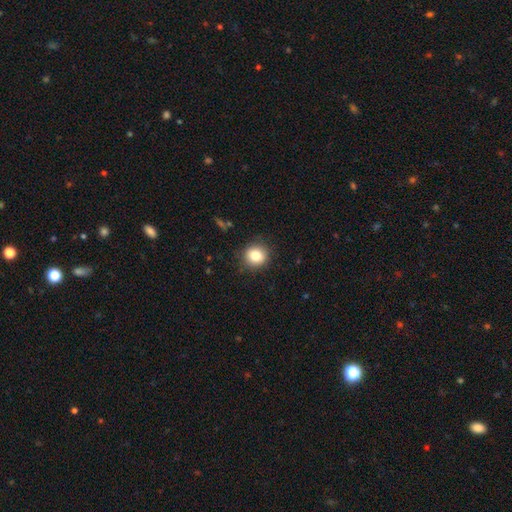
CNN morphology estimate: Q: Smooth or featured?
A: smooth (83%); runner-up: star or artifact (10%)
Q: How rounded?
A: round (86%); runner-up: in between (13%)
Q: Merging?
A: none (88%); runner-up: minor disturbance (9%)